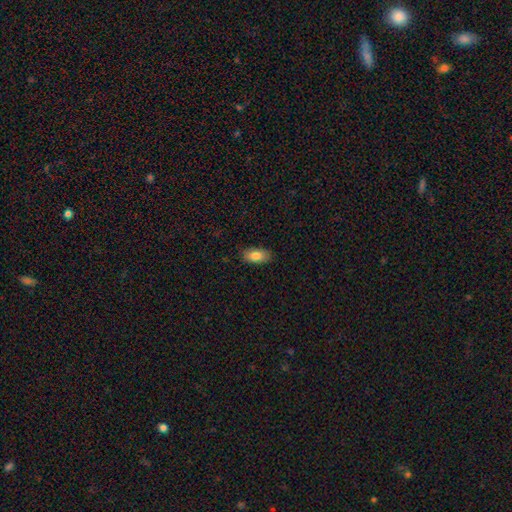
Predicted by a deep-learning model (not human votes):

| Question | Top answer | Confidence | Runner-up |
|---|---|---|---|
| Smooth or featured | smooth | 83% | featured or disk (10%) |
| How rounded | in between | 92% | cigar-shaped (5%) |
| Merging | none | 86% | minor disturbance (10%) |